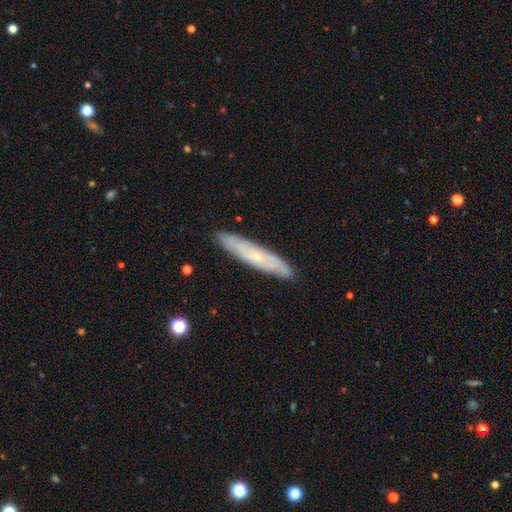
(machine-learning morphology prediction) Smooth or featured?
  - featured or disk: 62% *
  - smooth: 32%
  - star or artifact: 7%
Edge-on disk?
  - yes: 51% *
  - no: 49%
Merging?
  - none: 88% *
  - minor disturbance: 9%
  - major disturbance: 2%
  - merger: 1%